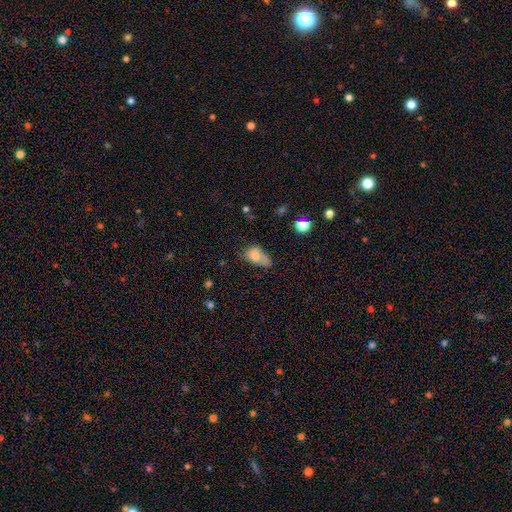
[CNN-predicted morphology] This is likely a smooth galaxy (71%). How rounded: clearly in between (86%). Merging: marginally minor disturbance (32%).